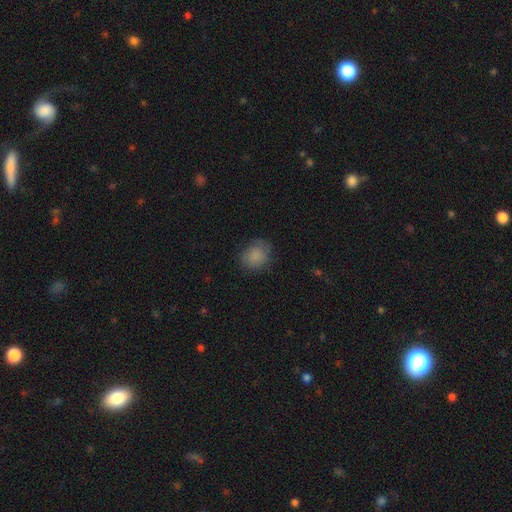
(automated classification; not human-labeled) Q: Smooth or featured?
A: smooth (82%); runner-up: featured or disk (9%)
Q: How rounded?
A: round (68%); runner-up: in between (31%)
Q: Merging?
A: none (70%); runner-up: minor disturbance (22%)